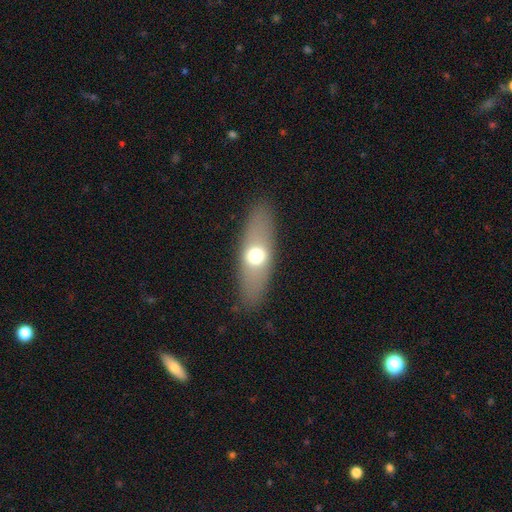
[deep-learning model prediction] This is possibly a smooth galaxy (58%). How rounded: likely in between (63%). Merging: clearly none (86%).